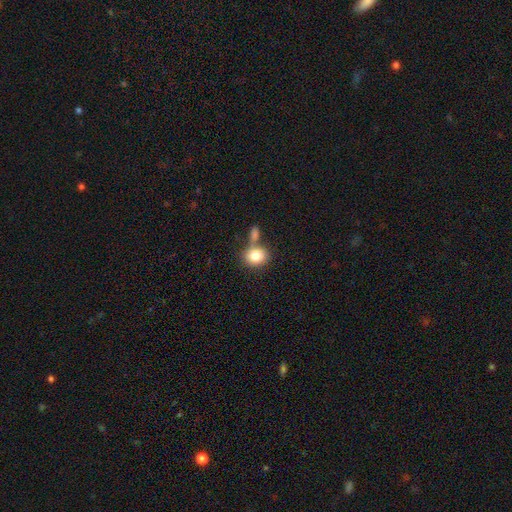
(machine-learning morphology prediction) The model was most divided on "merging": none: 50%, merger: 32%, minor disturbance: 13%, major disturbance: 5%. More confident: smooth or featured — smooth (81%); how rounded — round (60%).